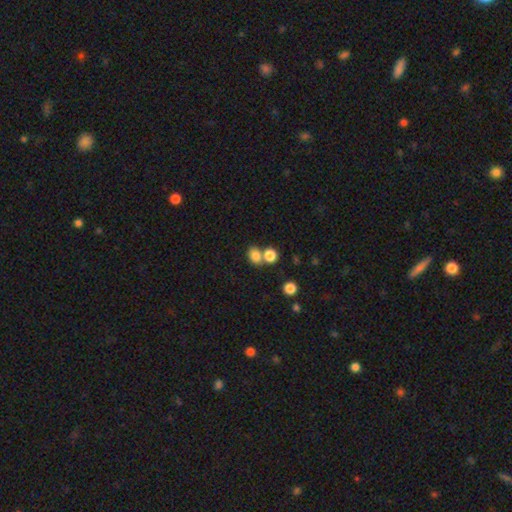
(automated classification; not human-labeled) This appears to be a smooth galaxy with no disk features (81%) that is round (52%). Merging: none (46%).